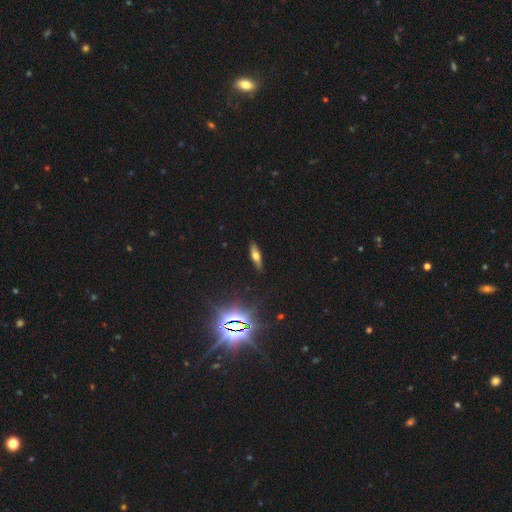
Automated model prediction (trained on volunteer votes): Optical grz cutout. It shows a smooth galaxy with no disk features (47%). Merging: none (87%).